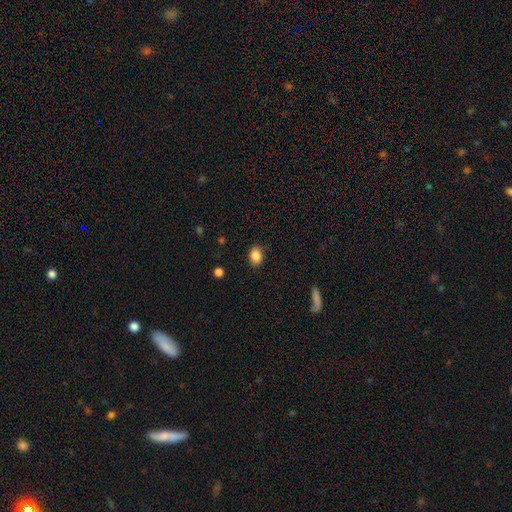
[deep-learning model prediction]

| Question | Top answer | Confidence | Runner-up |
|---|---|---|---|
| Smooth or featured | smooth | 85% | star or artifact (9%) |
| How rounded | in between | 66% | round (33%) |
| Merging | none | 83% | minor disturbance (13%) |